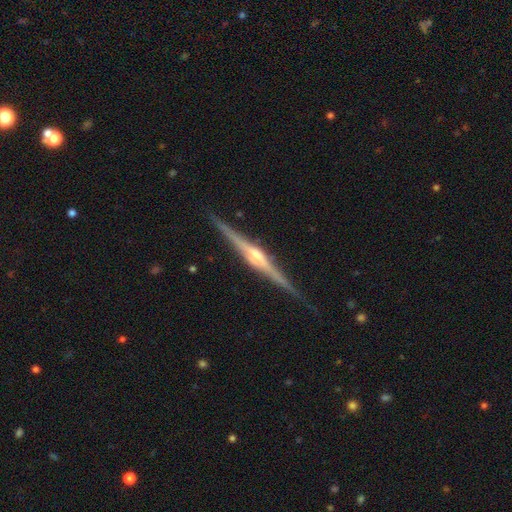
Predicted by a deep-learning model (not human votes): Smooth or featured?
  - featured or disk: 86% *
  - smooth: 8%
  - star or artifact: 5%
Edge-on disk?
  - yes: 98% *
  - no: 2%
Edge-on bulge?
  - rounded: 76% *
  - boxy: 17%
  - none: 7%
Merging?
  - none: 89% *
  - minor disturbance: 8%
  - major disturbance: 2%
  - merger: 1%